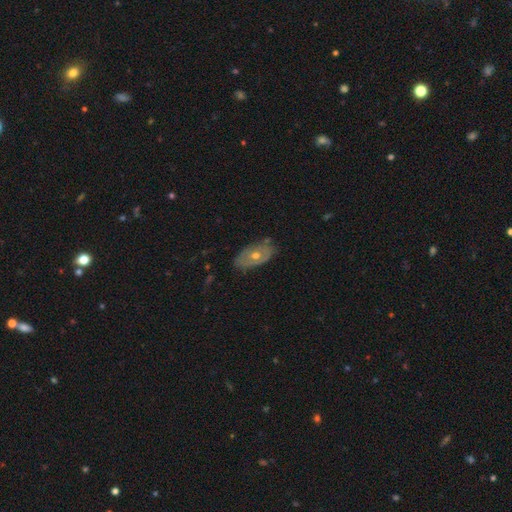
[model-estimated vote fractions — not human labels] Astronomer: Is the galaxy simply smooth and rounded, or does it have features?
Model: featured or disk — 61%.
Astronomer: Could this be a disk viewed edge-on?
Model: no — 88%.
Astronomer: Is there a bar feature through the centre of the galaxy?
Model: no — 85%.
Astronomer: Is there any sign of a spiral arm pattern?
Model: no — 60% (runner-up: yes, 40%).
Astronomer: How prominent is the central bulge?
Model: moderate — 66%.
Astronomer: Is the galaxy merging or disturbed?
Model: none — 75%.